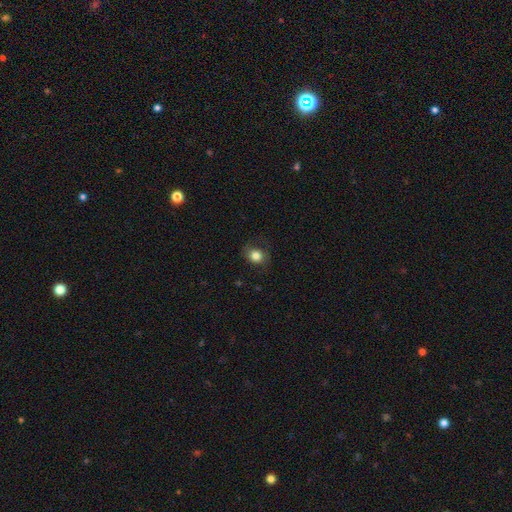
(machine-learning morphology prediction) This is clearly a smooth galaxy (82%). How rounded: likely round (63%). Merging: likely none (77%).